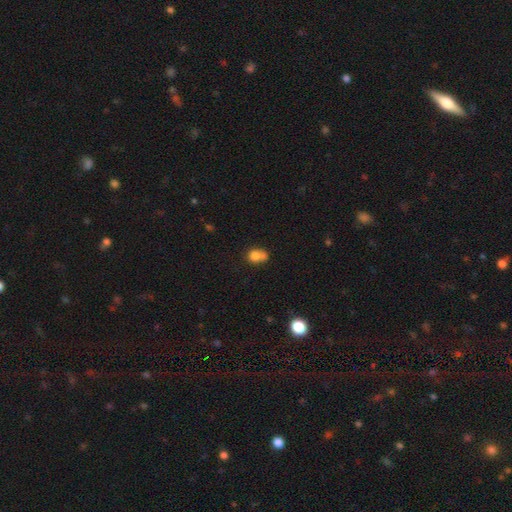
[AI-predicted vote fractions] smooth 77%, featured or disk 12%, star or artifact 11%. Down the decision tree: how rounded — round (52%); merging — merger (36%).